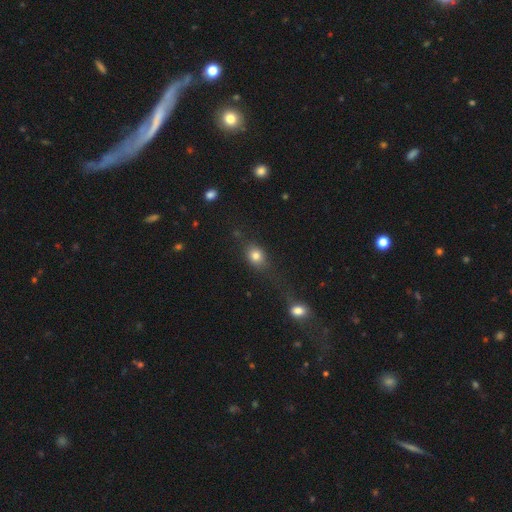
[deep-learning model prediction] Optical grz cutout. It shows a smooth galaxy with no disk features (79%) that is in between round and cigar-shaped (53%). Merging: none (61%).